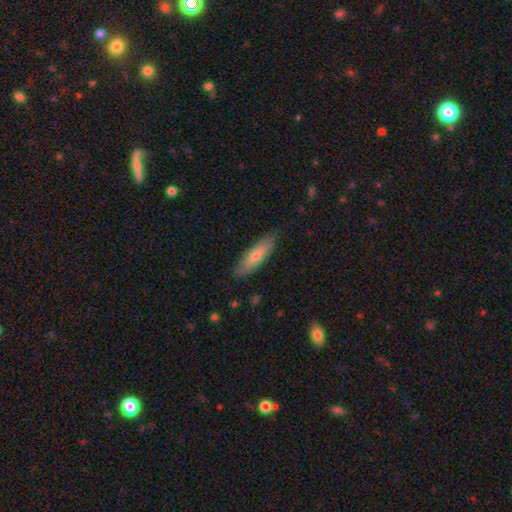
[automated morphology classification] smooth_or_featured: smooth (p=0.68) [alt: featured or disk p=0.27]
how_rounded: cigar-shaped (p=0.57) [alt: in between p=0.41]
merging: none (p=0.84) [alt: minor disturbance p=0.13]